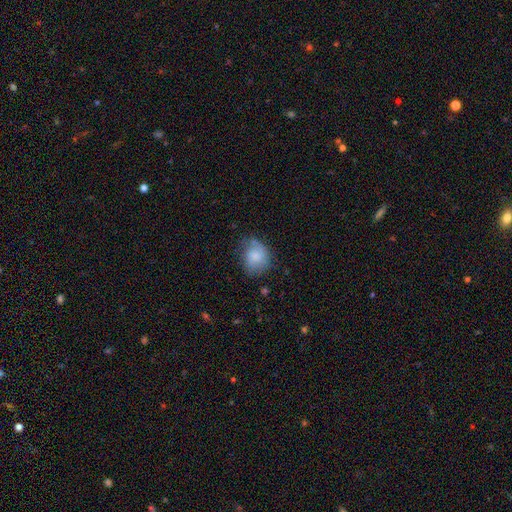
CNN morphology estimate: This appears to be a smooth galaxy with no disk features (67%) that is round (61%). Merging: none (54%).